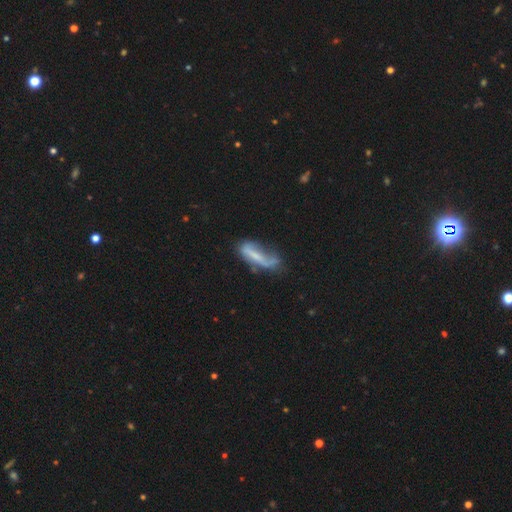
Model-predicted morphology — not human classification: smooth_or_featured: featured or disk (p=0.49) [alt: smooth p=0.42]
merging: none (p=0.36) [alt: minor disturbance p=0.31]